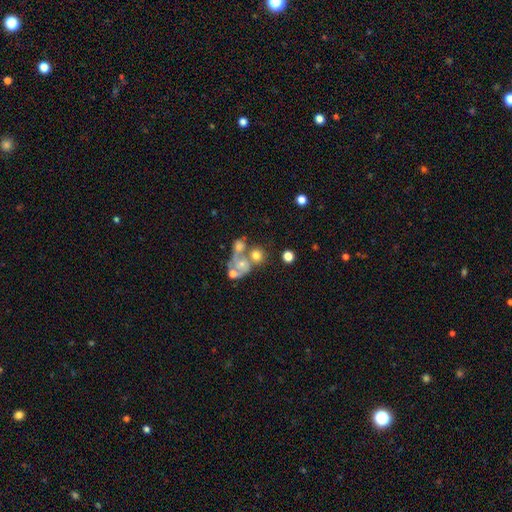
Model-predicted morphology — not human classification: Smooth or featured: smooth — 50% (featured or disk — 34%)
How rounded: round — 69% (in between — 30%)
Merging: merger — 49% (none — 29%)